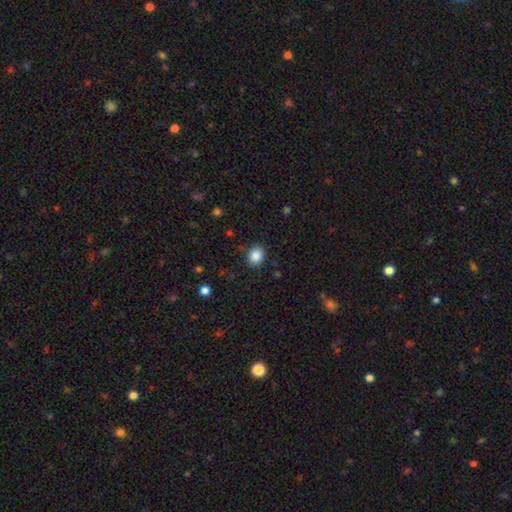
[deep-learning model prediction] smooth-or-featured: smooth: 87% | star or artifact: 9% | featured or disk: 3%
  how-rounded: round: 57% | in between: 42% | cigar-shaped: 1%
  merging: none: 87% | minor disturbance: 9% | major disturbance: 3% | merger: 1%